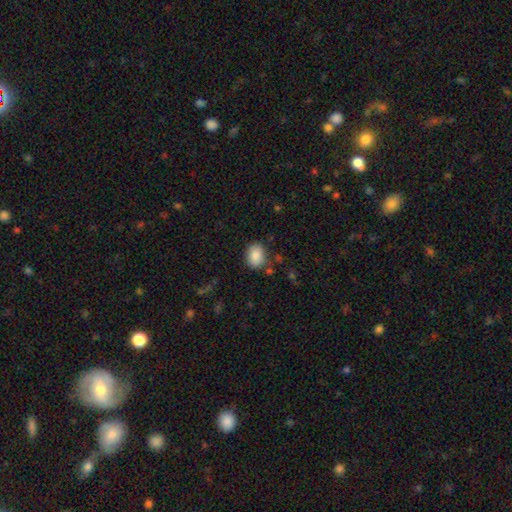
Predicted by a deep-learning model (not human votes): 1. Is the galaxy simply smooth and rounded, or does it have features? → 86% smooth, 8% star or artifact, 6% featured or disk.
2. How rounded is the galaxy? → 63% in between, 36% round, 1% cigar-shaped.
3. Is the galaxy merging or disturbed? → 81% none, 13% minor disturbance, 3% major disturbance, 3% merger.